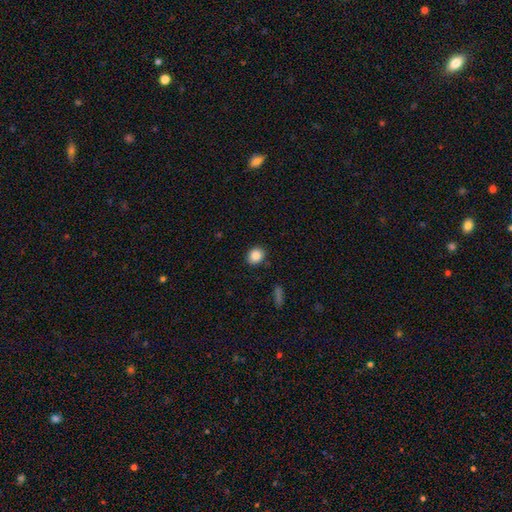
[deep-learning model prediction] This appears to be a smooth galaxy with no disk features (87%) that is round (64%). Merging: none (87%).